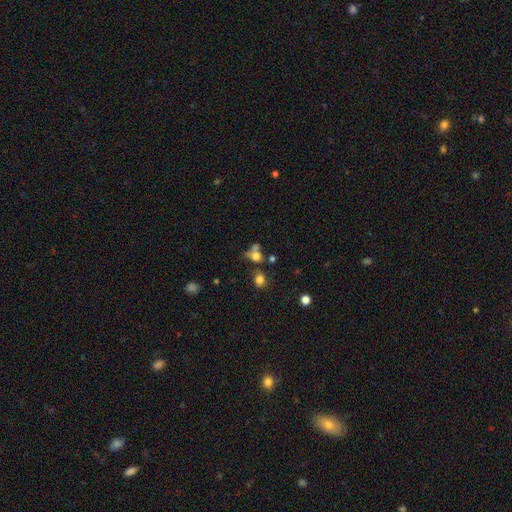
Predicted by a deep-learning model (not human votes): Morphology: type=smooth (68%); roundness=round (64%); merging=none (41%).